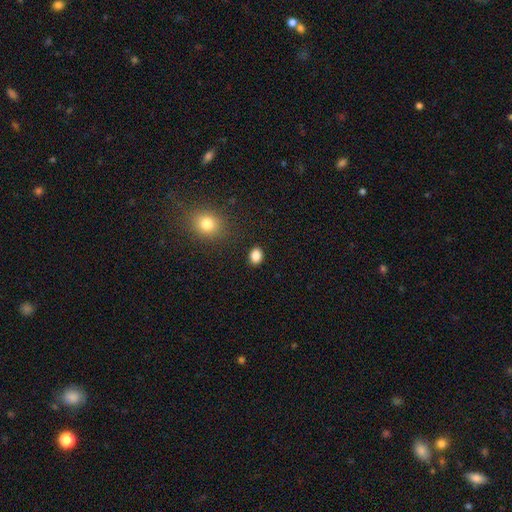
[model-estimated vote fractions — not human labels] This appears to be a smooth galaxy with no disk features (86%) that is in between round and cigar-shaped (61%). Merging: none (87%).